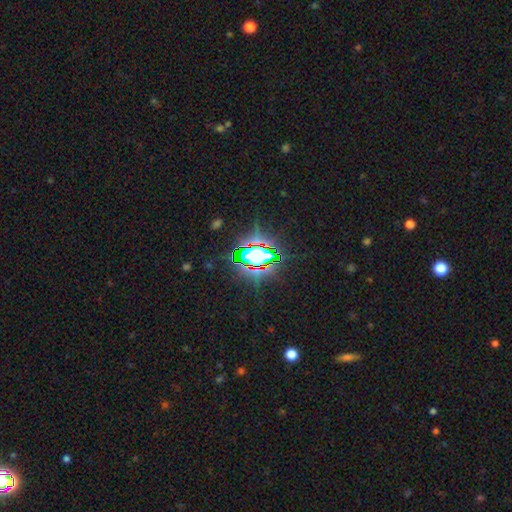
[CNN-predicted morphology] Smooth or featured? Predicted: star or artifact (p=0.75).